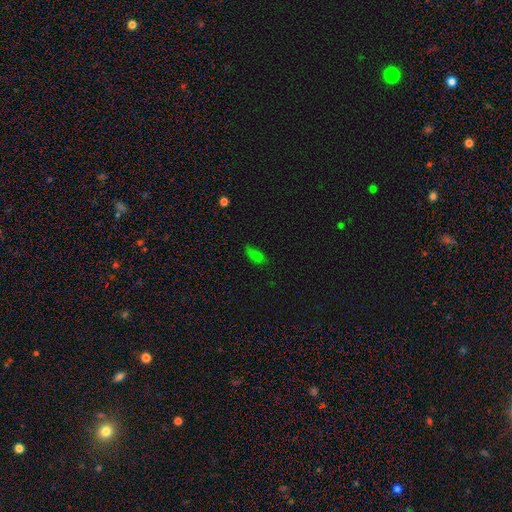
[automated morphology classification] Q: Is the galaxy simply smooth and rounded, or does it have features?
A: smooth — 73%.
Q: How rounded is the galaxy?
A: in between — 82%.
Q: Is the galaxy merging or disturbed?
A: none — 68%.